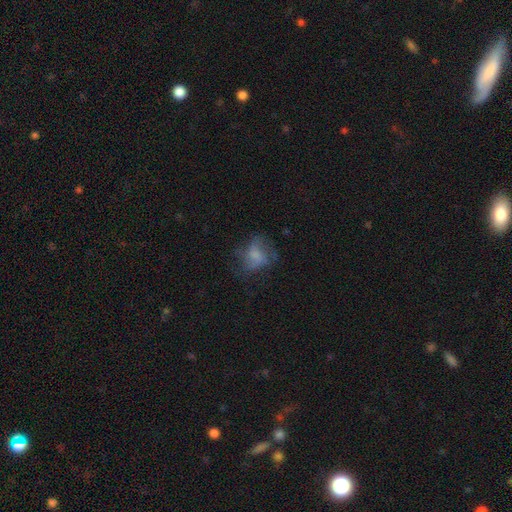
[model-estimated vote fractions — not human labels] This is possibly a smooth galaxy (49%). Merging: possibly none (45%).